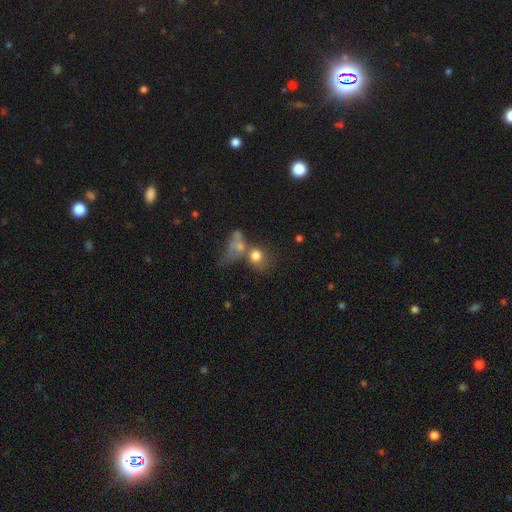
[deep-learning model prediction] Smooth or featured? Predicted: smooth (p=0.73). How rounded? Predicted: round (p=0.66). Merging? Predicted: merger (p=0.49).